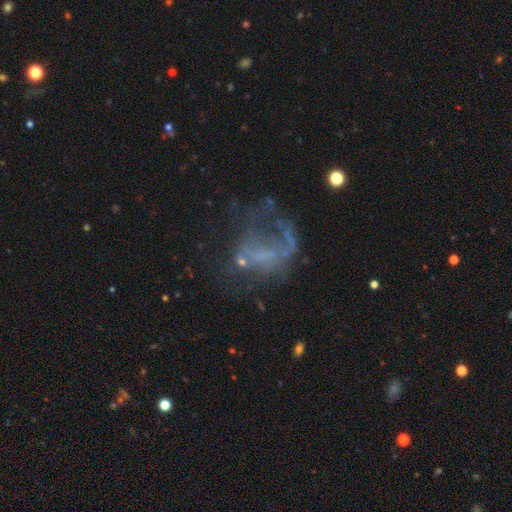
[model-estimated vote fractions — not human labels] smooth_or_featured: featured or disk (p=0.57) [alt: star or artifact p=0.22]
disk_edge_on: no (p=0.97) [alt: yes p=0.03]
bar: no (p=0.73) [alt: weak p=0.19]
has_spiral_arms: no (p=0.75) [alt: yes p=0.25]
bulge_size: none (p=0.70) [alt: small p=0.20]
merging: major disturbance (p=0.47) [alt: none p=0.31]